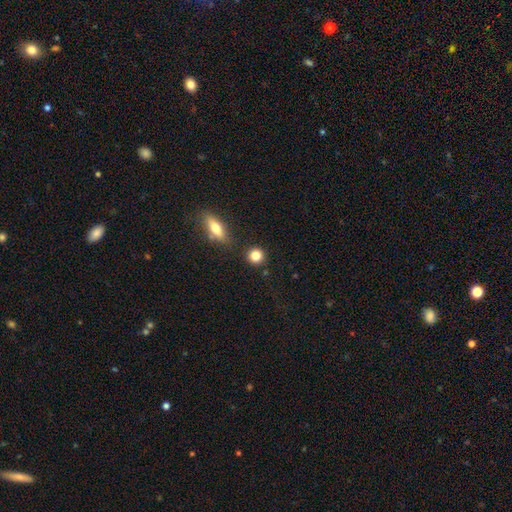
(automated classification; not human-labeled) Smooth or featured? smooth (84%)
How rounded? round (90%)
Merging? none (87%)